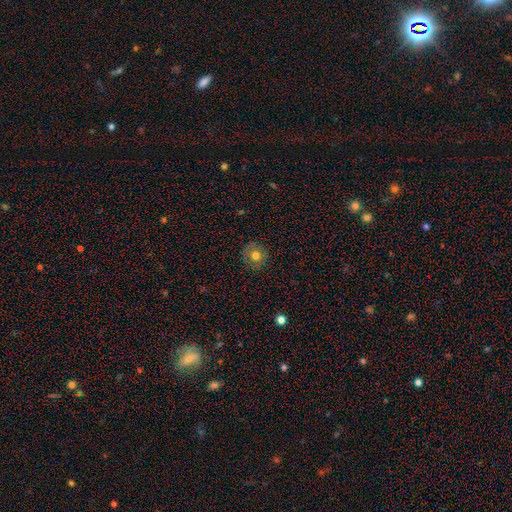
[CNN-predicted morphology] Overall: smooth (71%). How rounded: round (92%). Merging: none (87%).